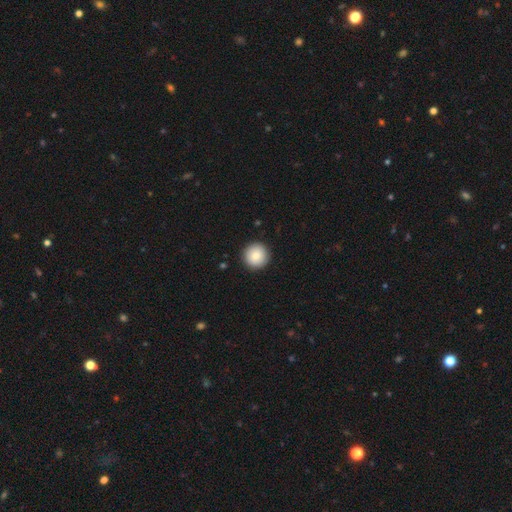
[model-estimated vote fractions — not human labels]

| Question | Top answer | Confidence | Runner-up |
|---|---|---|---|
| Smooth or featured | smooth | 86% | star or artifact (7%) |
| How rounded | round | 96% | in between (3%) |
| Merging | none | 92% | minor disturbance (5%) |